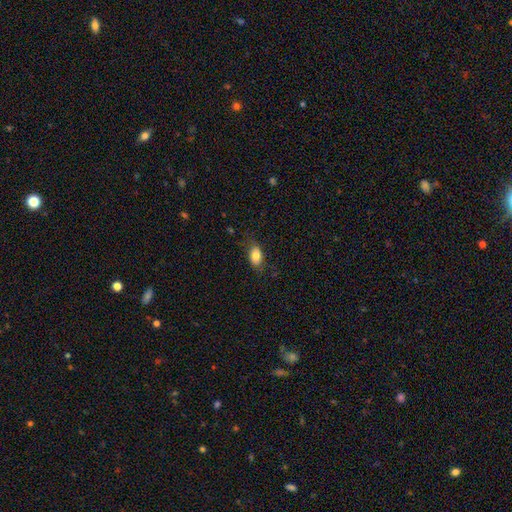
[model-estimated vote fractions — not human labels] Smooth or featured? smooth (81%)
How rounded? in between (88%)
Merging? none (74%)